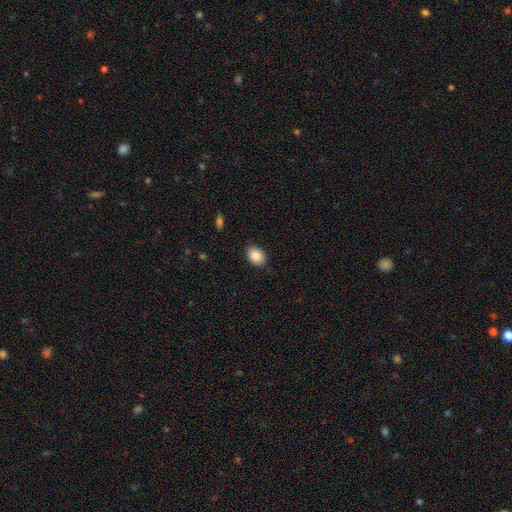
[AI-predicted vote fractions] Morphology: type=smooth (86%); roundness=in between (80%); merging=none (87%).